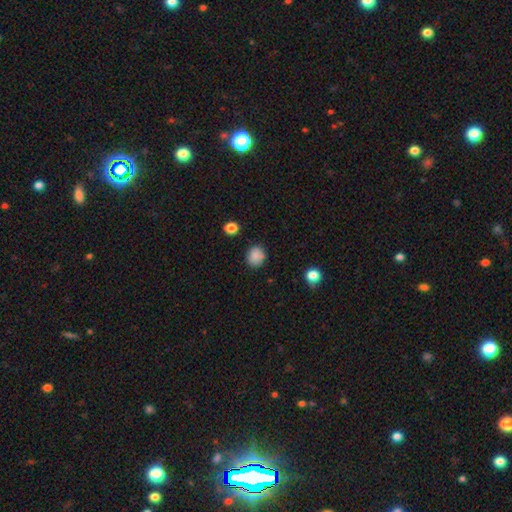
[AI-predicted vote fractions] Smooth or featured? Predicted: smooth (p=0.84). How rounded? Predicted: round (p=0.69). Merging? Predicted: none (p=0.79).